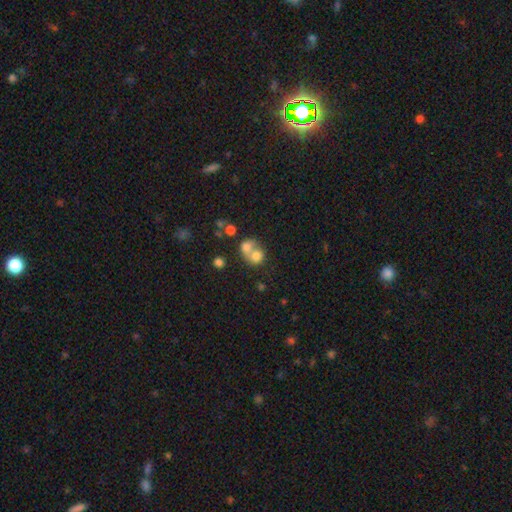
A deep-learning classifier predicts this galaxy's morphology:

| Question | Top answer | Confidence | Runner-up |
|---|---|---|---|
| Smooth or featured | smooth | 70% | featured or disk (20%) |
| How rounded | round | 65% | in between (34%) |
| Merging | merger | 69% | none (21%) |